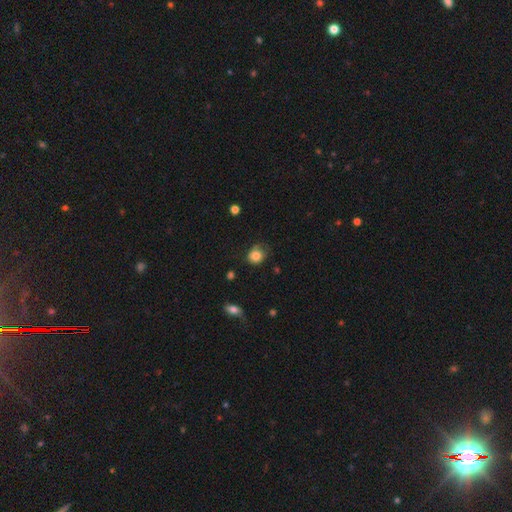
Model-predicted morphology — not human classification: This appears to be a smooth galaxy with no disk features (81%) that is round (71%). Merging: none (56%).